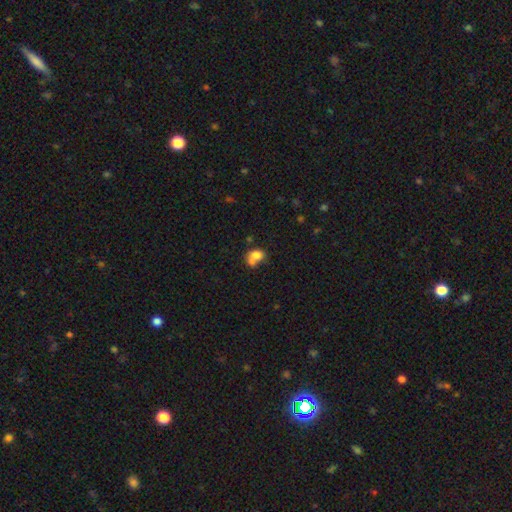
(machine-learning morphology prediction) Q: Smooth or featured?
A: smooth (74%); runner-up: featured or disk (15%)
Q: How rounded?
A: in between (54%); runner-up: round (45%)
Q: Merging?
A: merger (56%); runner-up: none (27%)